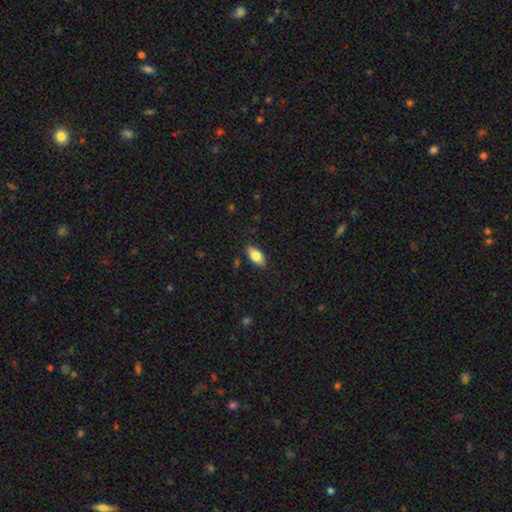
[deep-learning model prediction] Q: Smooth or featured?
A: smooth (77%); runner-up: featured or disk (16%)
Q: How rounded?
A: in between (88%); runner-up: cigar-shaped (9%)
Q: Merging?
A: none (87%); runner-up: minor disturbance (10%)